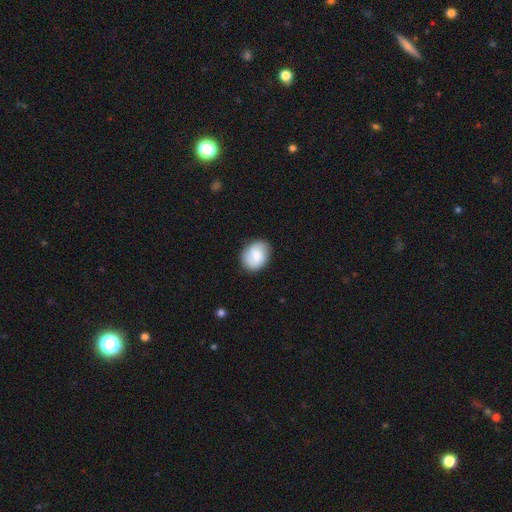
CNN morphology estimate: Overall: smooth (73%). How rounded: in between (50%; round 49%). Merging: none (81%).